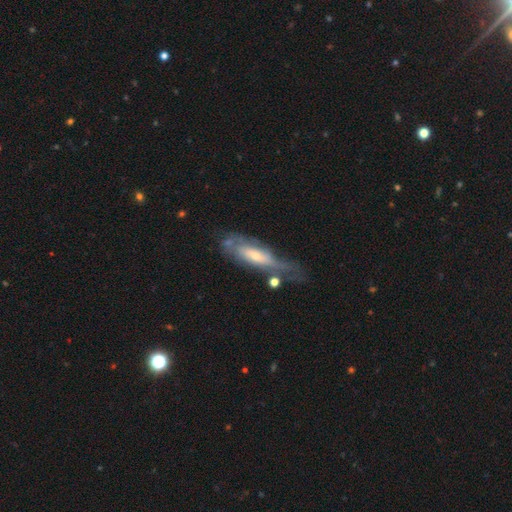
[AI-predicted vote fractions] A featured or disk galaxy (60%). Merging: none (38%).